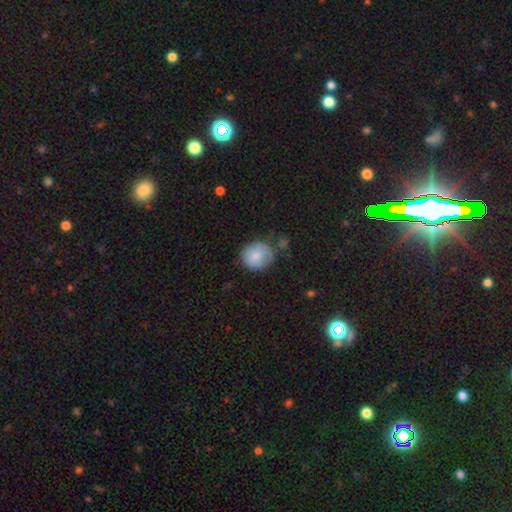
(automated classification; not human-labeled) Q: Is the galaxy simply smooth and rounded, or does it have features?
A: smooth — 83%.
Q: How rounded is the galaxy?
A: round — 81%.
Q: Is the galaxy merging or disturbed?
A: none — 59%.